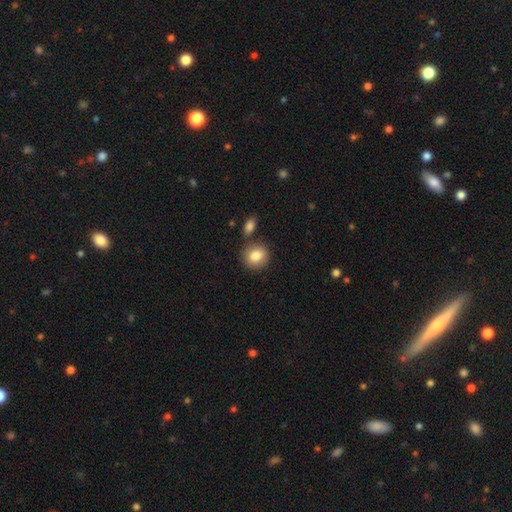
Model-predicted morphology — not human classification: Q: Smooth or featured?
A: smooth (83%); runner-up: featured or disk (9%)
Q: How rounded?
A: round (76%); runner-up: in between (22%)
Q: Merging?
A: none (75%); runner-up: merger (12%)